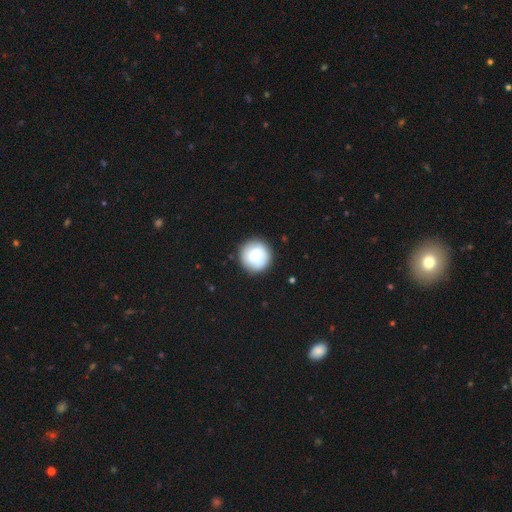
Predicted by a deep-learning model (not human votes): Overall: smooth (81%). How rounded: round (95%). Merging: none (88%).